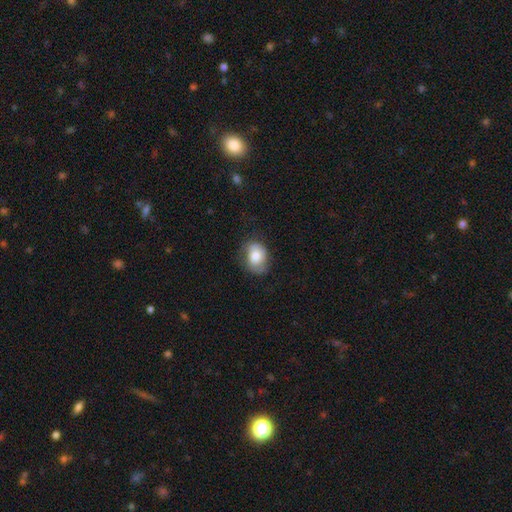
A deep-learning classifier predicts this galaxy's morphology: Smooth or featured?
  - smooth: 71% *
  - featured or disk: 22%
  - star or artifact: 8%
How rounded?
  - in between: 61% *
  - round: 38%
  - cigar-shaped: 1%
Merging?
  - none: 64% *
  - minor disturbance: 25%
  - major disturbance: 10%
  - merger: 1%